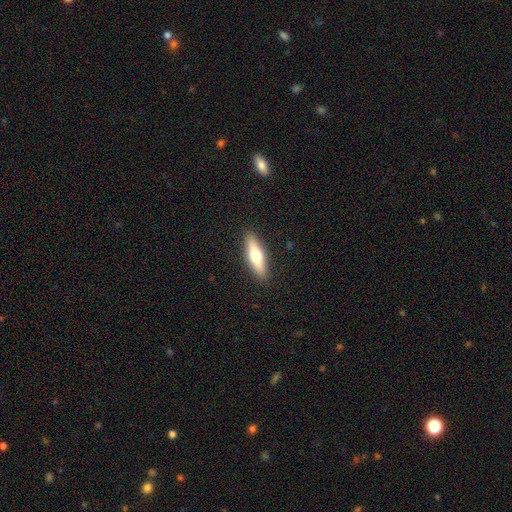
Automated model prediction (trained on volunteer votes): Smooth or featured: smooth — 56% (featured or disk — 38%)
How rounded: cigar-shaped — 60% (in between — 37%)
Merging: none — 90% (minor disturbance — 7%)